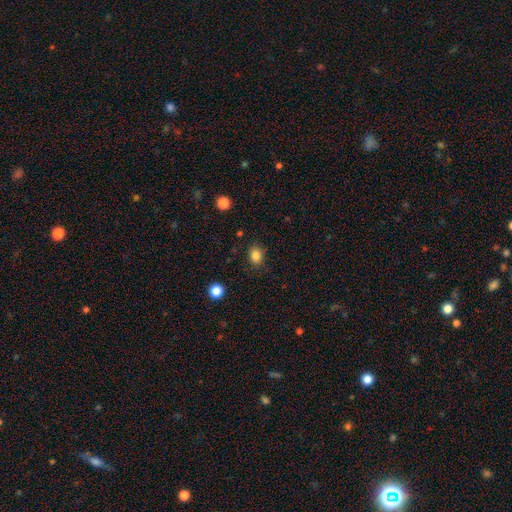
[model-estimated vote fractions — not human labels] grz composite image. It shows a smooth galaxy with no disk features (84%) that is in between round and cigar-shaped (51%). Merging: none (85%).